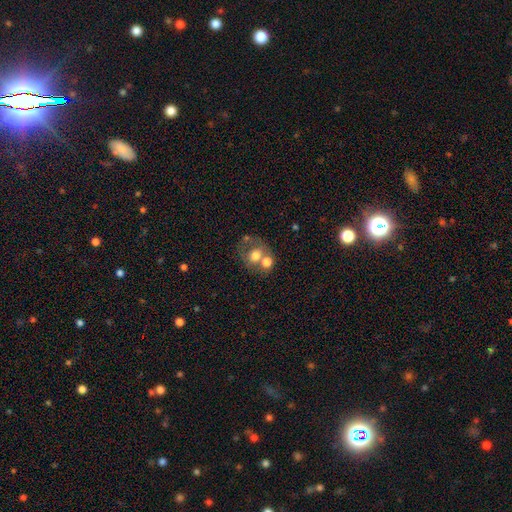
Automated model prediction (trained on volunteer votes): Smooth or featured?
  - smooth: 61% *
  - featured or disk: 28%
  - star or artifact: 11%
How rounded?
  - round: 67% *
  - in between: 32%
  - cigar-shaped: 1%
Merging?
  - merger: 42% *
  - none: 39%
  - minor disturbance: 11%
  - major disturbance: 7%